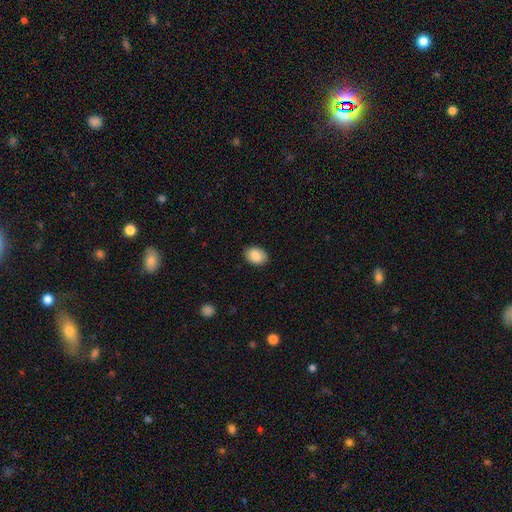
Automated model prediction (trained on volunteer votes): Smooth or featured?
  - smooth: 88% *
  - star or artifact: 7%
  - featured or disk: 5%
How rounded?
  - in between: 77% *
  - round: 22%
  - cigar-shaped: 1%
Merging?
  - none: 88% *
  - minor disturbance: 9%
  - major disturbance: 2%
  - merger: 1%